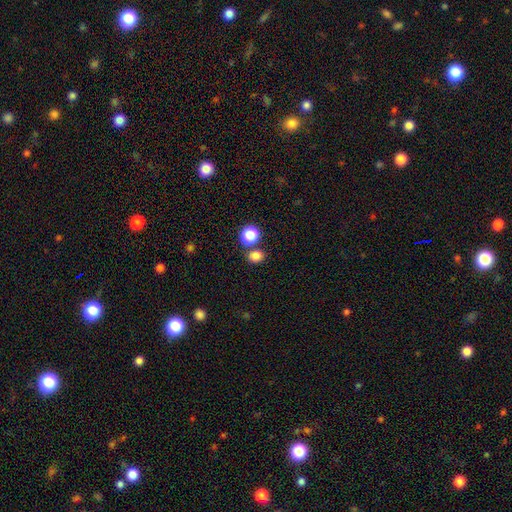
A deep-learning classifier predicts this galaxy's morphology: smooth-or-featured: smooth: 83% | star or artifact: 12% | featured or disk: 5%
  how-rounded: round: 66% | in between: 33% | cigar-shaped: 1%
  merging: none: 62% | merger: 26% | minor disturbance: 9% | major disturbance: 3%